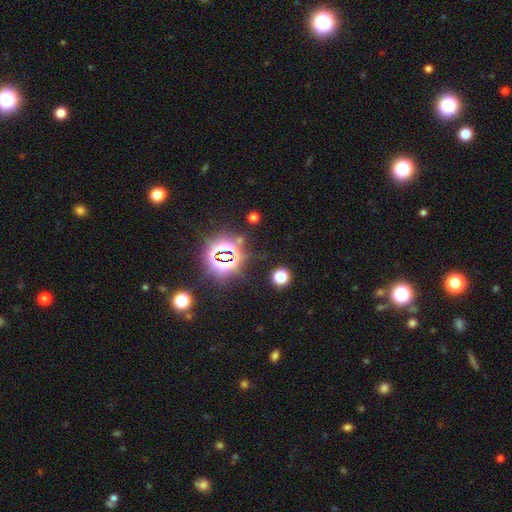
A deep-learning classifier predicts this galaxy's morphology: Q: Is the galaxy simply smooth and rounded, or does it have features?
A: star or artifact — 79%.